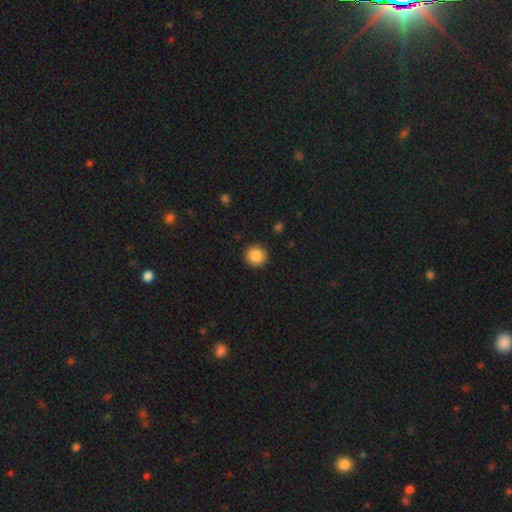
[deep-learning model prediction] Smooth or featured? smooth (87%)
How rounded? round (94%)
Merging? none (92%)